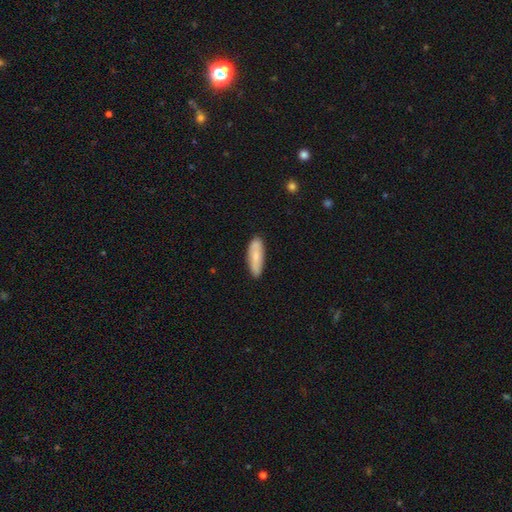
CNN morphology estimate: Smooth or featured: smooth — 71% (featured or disk — 24%)
How rounded: in between — 53% (cigar-shaped — 45%)
Merging: none — 83% (minor disturbance — 13%)